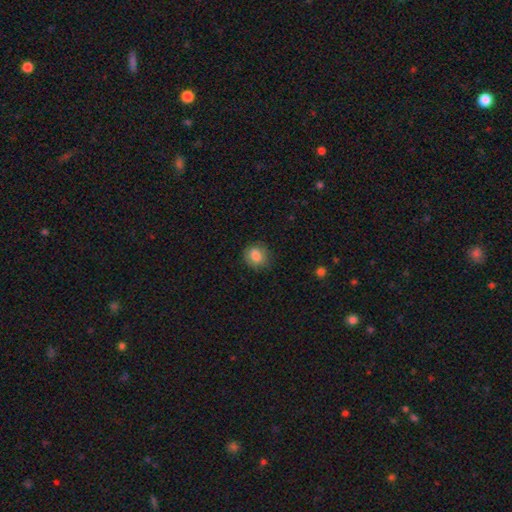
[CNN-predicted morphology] smooth_or_featured: smooth (p=0.85) [alt: star or artifact p=0.09]
how_rounded: round (p=0.76) [alt: in between p=0.23]
merging: none (p=0.80) [alt: minor disturbance p=0.15]